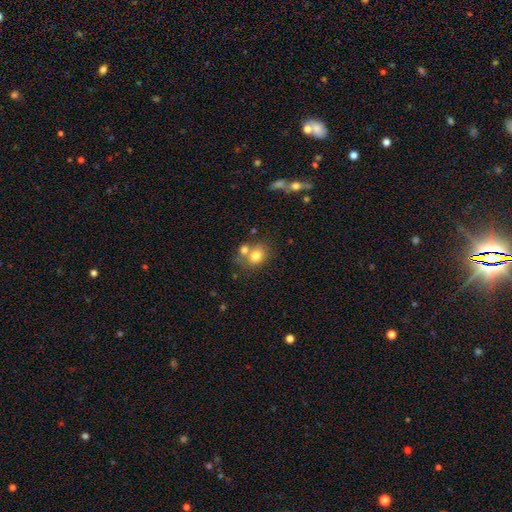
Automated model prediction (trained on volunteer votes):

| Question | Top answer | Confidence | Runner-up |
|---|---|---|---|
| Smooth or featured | smooth | 76% | featured or disk (14%) |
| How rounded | round | 55% | in between (44%) |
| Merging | none | 45% | merger (39%) |